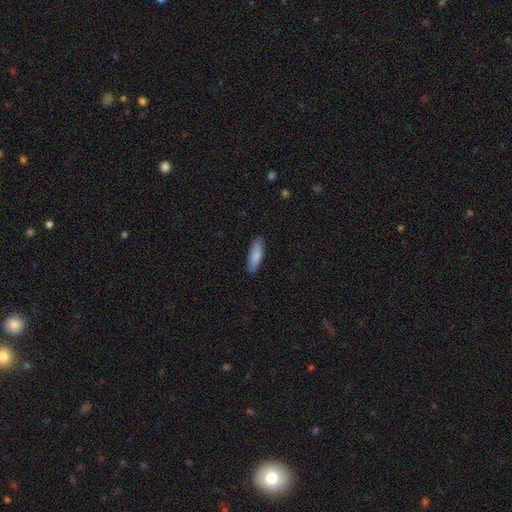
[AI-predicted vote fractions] A smooth galaxy with no disk features (85%) that is cigar-shaped (52%).

Vote fractions:
- Smooth or featured? smooth: 85% / featured or disk: 10% / star or artifact: 5%
- How rounded? cigar-shaped: 52% / in between: 46% / round: 2%
- Merging? none: 85% / minor disturbance: 12% / major disturbance: 2% / merger: 1%